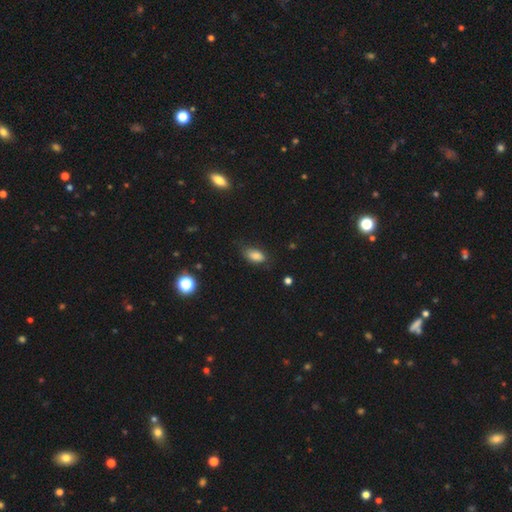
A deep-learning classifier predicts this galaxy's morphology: smooth_or_featured: smooth (p=0.83) [alt: star or artifact p=0.10]
how_rounded: in between (p=0.89) [alt: round p=0.06]
merging: none (p=0.67) [alt: minor disturbance p=0.25]